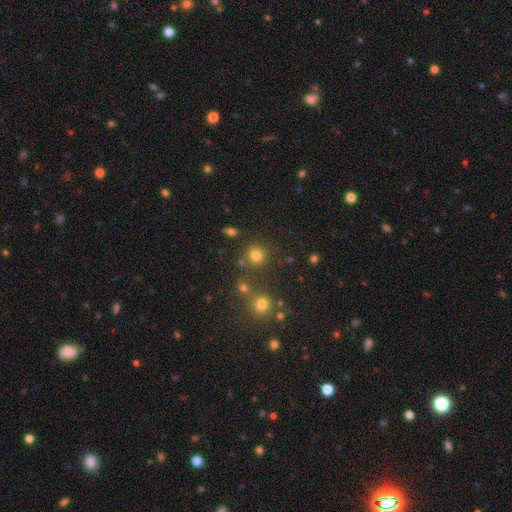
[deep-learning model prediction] Morphology: type=smooth (76%); roundness=round (87%); merging=none (76%).